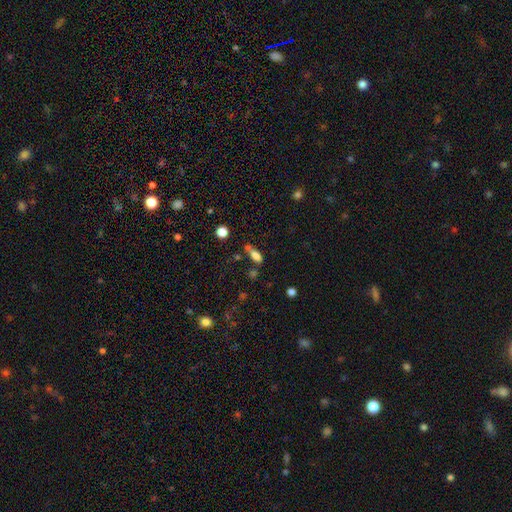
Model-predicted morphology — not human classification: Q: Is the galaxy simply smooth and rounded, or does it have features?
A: smooth — 78%.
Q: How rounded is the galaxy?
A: in between — 79%.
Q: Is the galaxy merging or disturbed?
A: none — 52%.